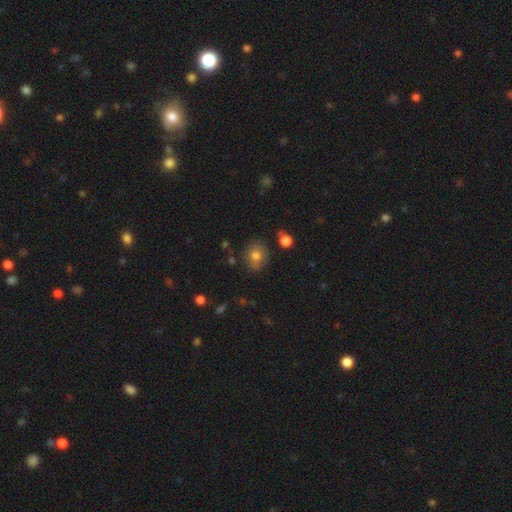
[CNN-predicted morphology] Smooth or featured: smooth — 76% (featured or disk — 14%)
How rounded: round — 69% (in between — 30%)
Merging: none — 79% (minor disturbance — 14%)